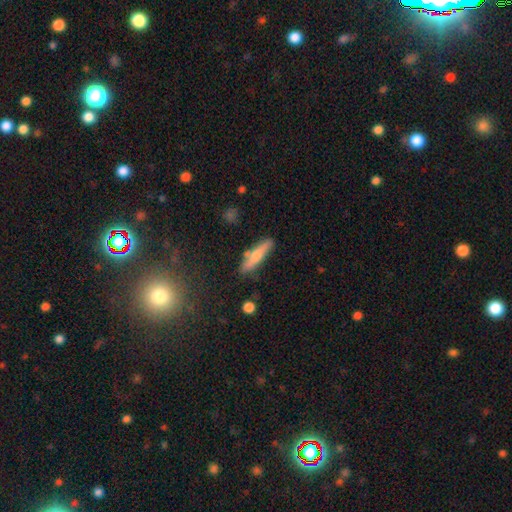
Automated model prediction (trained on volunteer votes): A smooth galaxy with no disk features (59%) that is cigar-shaped (81%).

Vote fractions:
- Smooth or featured? smooth: 59% / featured or disk: 35% / star or artifact: 6%
- How rounded? cigar-shaped: 81% / in between: 17% / round: 2%
- Merging? none: 75% / minor disturbance: 15% / merger: 6% / major disturbance: 3%